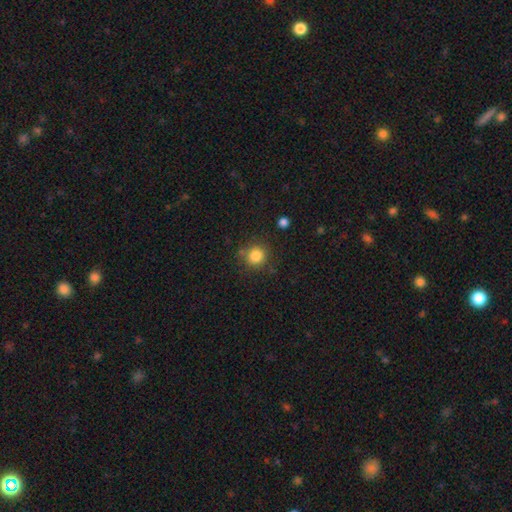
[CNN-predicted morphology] Smooth or featured? Predicted: smooth (p=0.84). How rounded? Predicted: round (p=0.92). Merging? Predicted: none (p=0.82).